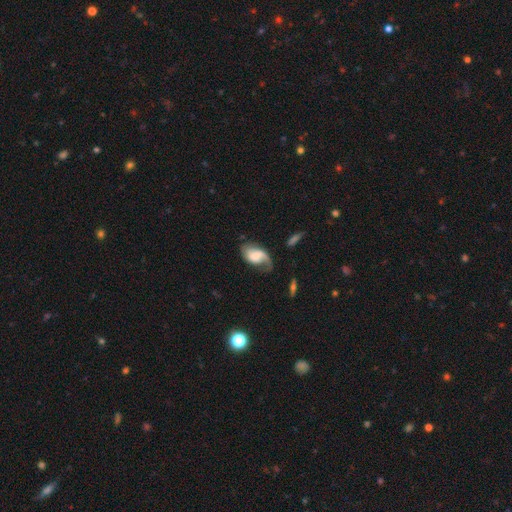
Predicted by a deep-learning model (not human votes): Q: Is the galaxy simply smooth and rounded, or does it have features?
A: featured or disk — 59%.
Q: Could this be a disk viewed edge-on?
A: no — 96%.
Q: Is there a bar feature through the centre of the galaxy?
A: no — 48%.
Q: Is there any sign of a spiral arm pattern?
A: yes — 89%.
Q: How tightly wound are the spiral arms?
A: loose — 52%.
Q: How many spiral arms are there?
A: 2 — 51%.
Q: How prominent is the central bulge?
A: none — 33%.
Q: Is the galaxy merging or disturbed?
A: none — 44%.